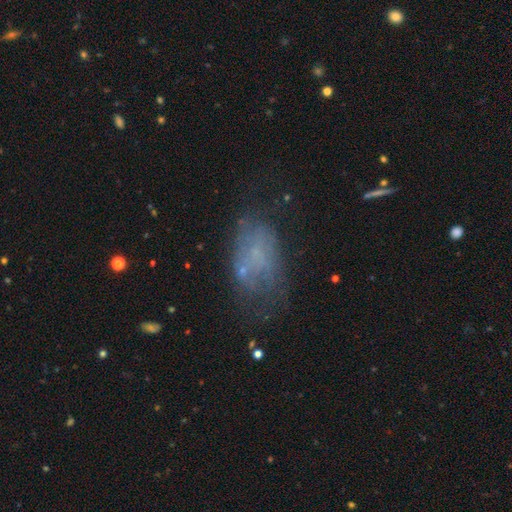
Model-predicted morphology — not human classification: Smooth or featured: smooth — 45% (featured or disk — 37%)
Merging: none — 44% (major disturbance — 24%)